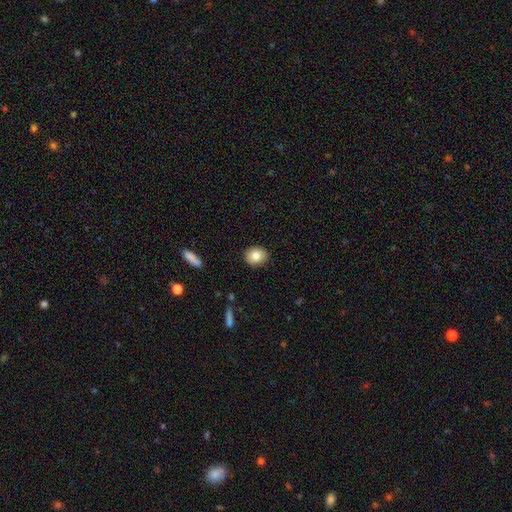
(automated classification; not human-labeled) Smooth or featured? Predicted: smooth (p=0.83). How rounded? Predicted: round (p=0.60). Merging? Predicted: none (p=0.89).